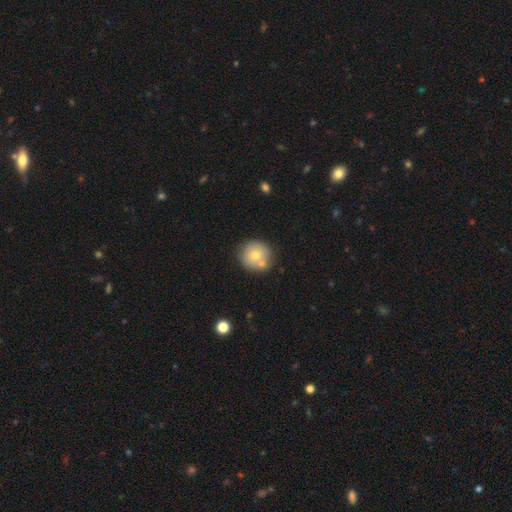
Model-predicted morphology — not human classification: Smooth or featured: smooth — 73% (featured or disk — 18%)
How rounded: round — 93% (in between — 6%)
Merging: none — 66% (merger — 20%)